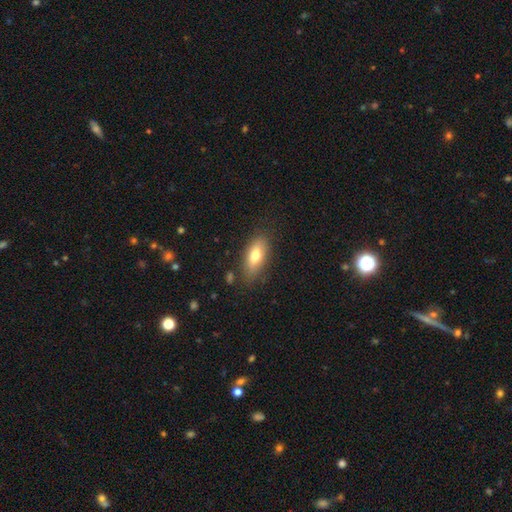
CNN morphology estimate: type=smooth (73%); roundness=in between (81%); merging=none (80%).